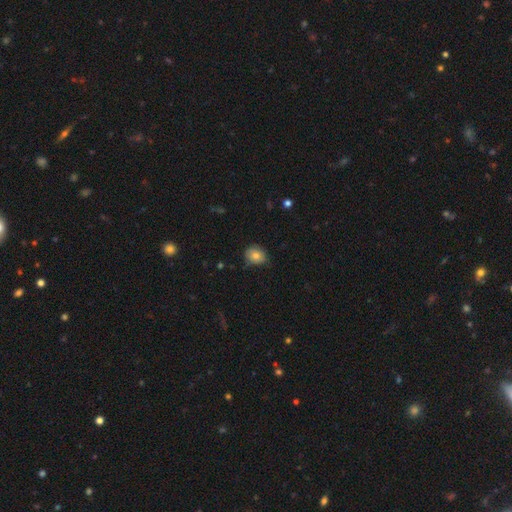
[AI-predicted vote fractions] A smooth galaxy with no disk features (78%) that is round (71%). Merging: none (72%).